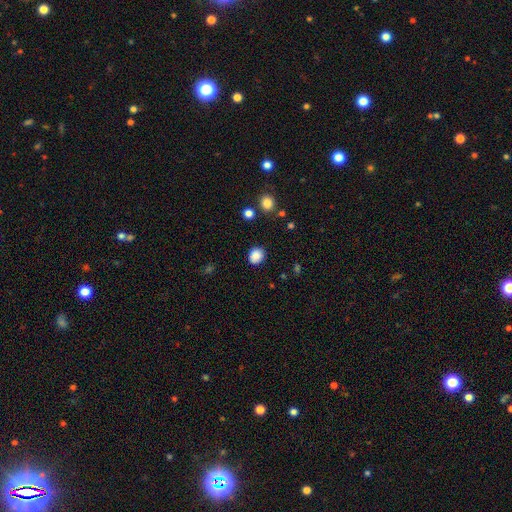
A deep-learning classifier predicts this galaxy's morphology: This is clearly a smooth galaxy (86%). How rounded: likely round (74%). Merging: clearly none (85%).